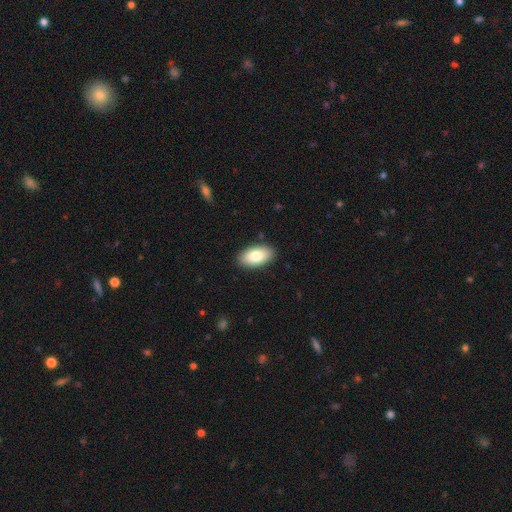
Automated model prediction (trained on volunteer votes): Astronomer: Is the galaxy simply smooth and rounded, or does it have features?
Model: smooth — 80%.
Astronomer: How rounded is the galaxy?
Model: in between — 94%.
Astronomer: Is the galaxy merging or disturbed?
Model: none — 89%.